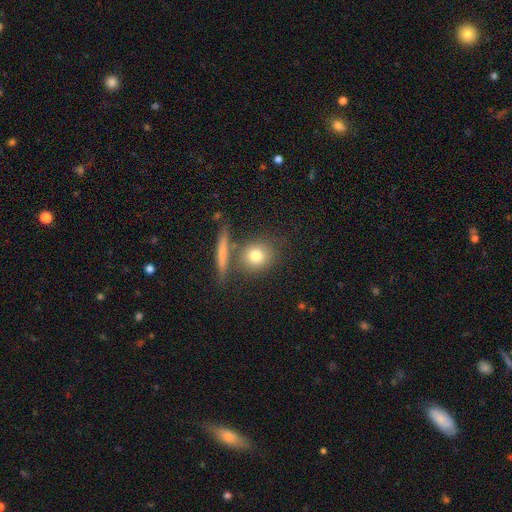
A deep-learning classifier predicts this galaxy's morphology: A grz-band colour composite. It shows a smooth galaxy with no disk features (76%) that is round (82%). Merging: none (72%).